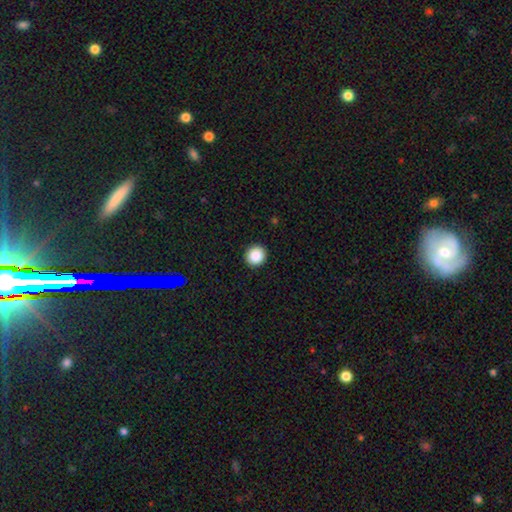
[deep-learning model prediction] Q: Smooth or featured?
A: smooth (88%); runner-up: star or artifact (9%)
Q: How rounded?
A: round (90%); runner-up: in between (9%)
Q: Merging?
A: none (92%); runner-up: minor disturbance (5%)